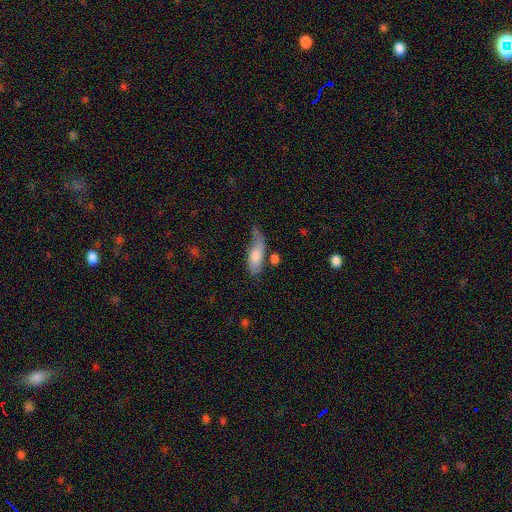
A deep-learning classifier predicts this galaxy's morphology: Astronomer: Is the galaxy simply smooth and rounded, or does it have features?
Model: smooth — 72%.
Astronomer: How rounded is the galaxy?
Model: in between — 72%.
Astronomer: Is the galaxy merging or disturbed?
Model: none — 38% (runner-up: minor disturbance, 33%).